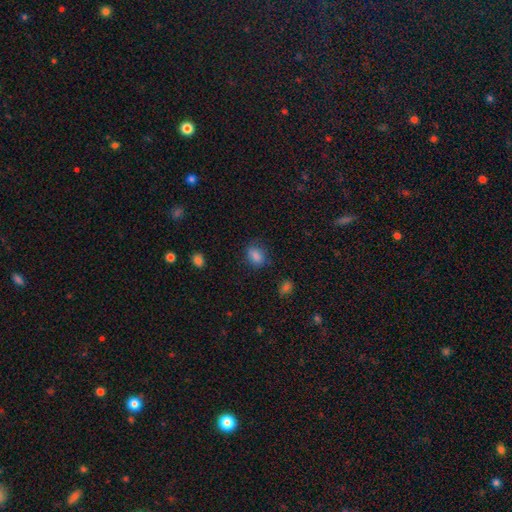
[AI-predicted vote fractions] Smooth or featured?
  - smooth: 84% *
  - star or artifact: 10%
  - featured or disk: 5%
How rounded?
  - in between: 64% *
  - round: 35%
  - cigar-shaped: 1%
Merging?
  - none: 73% *
  - minor disturbance: 19%
  - major disturbance: 6%
  - merger: 2%